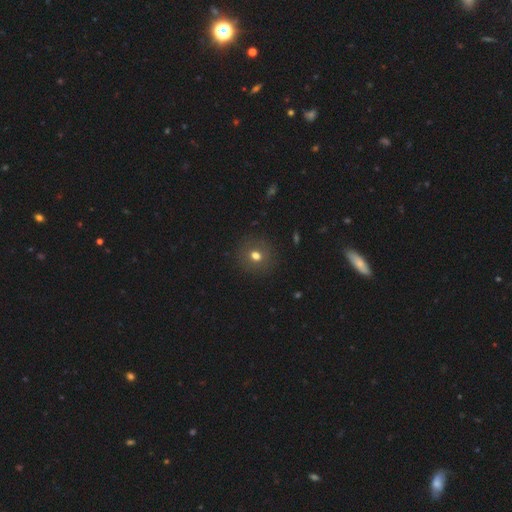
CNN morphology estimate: type=smooth (68%); roundness=round (83%); merging=none (87%).